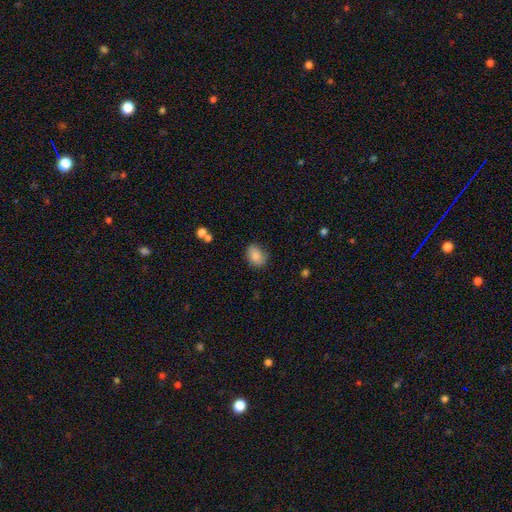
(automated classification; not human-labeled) Smooth or featured?
  - smooth: 81% *
  - featured or disk: 10%
  - star or artifact: 8%
How rounded?
  - in between: 67% *
  - round: 32%
  - cigar-shaped: 1%
Merging?
  - none: 74% *
  - minor disturbance: 20%
  - major disturbance: 5%
  - merger: 2%